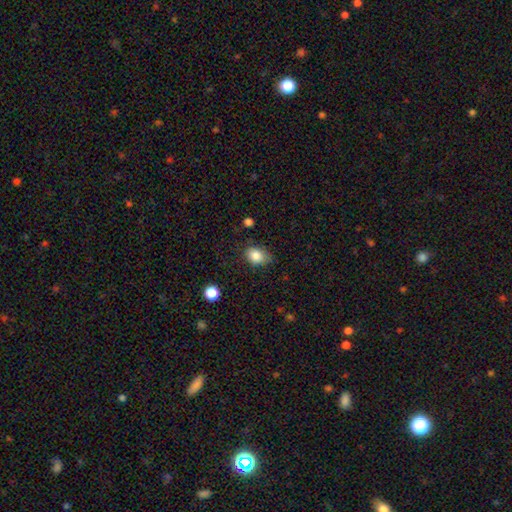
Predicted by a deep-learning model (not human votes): Smooth or featured? Predicted: smooth (p=0.85). How rounded? Predicted: in between (p=0.65). Merging? Predicted: none (p=0.64).